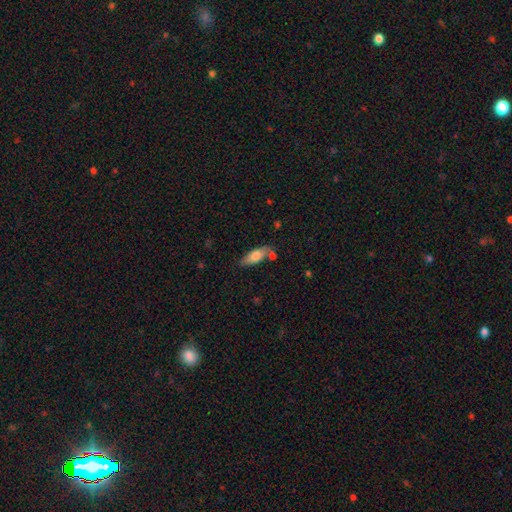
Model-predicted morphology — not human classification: This appears to be a smooth galaxy with no disk features (73%) that is in between round and cigar-shaped (67%). Merging: none (68%).